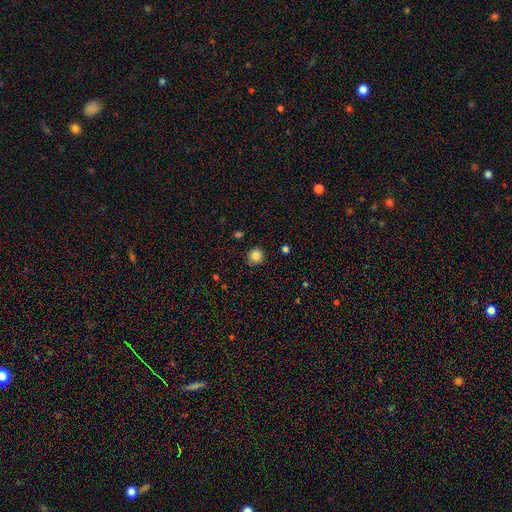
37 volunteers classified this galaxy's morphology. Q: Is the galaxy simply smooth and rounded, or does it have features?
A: smooth — 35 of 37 (95%).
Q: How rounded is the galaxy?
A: round — 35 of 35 (100%).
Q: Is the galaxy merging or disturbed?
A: none — 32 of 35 (91%).